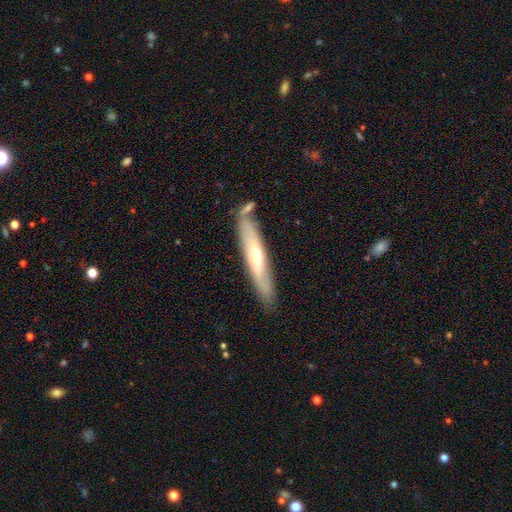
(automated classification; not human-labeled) featured or disk 51%, smooth 44%, star or artifact 5%. Down the decision tree: edge-on disk — yes (72%); merging — none (75%).